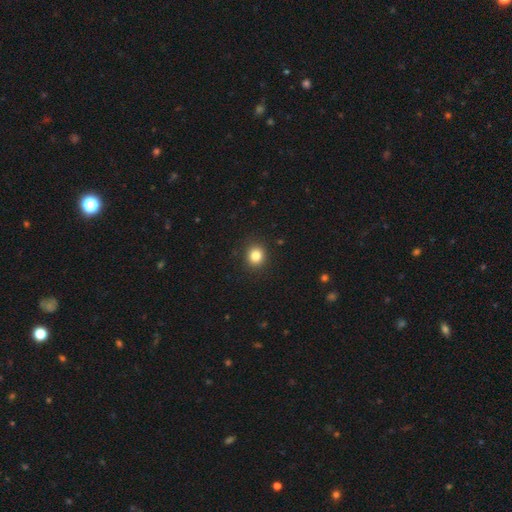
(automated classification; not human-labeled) A smooth galaxy with no disk features (84%) that is round (84%). Merging: none (91%).